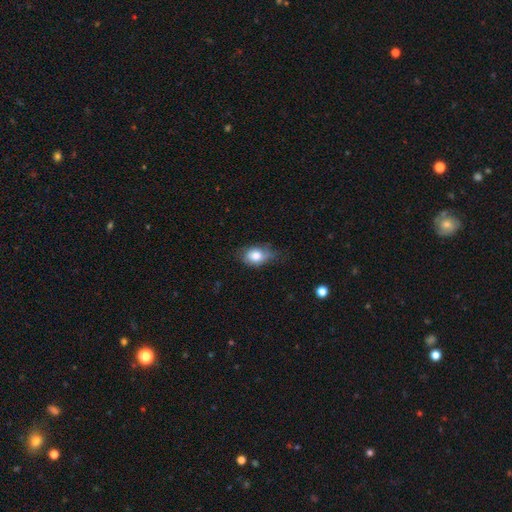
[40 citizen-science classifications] Morphology: type=smooth (75%); roundness=in between (73%); merging=none (59%).